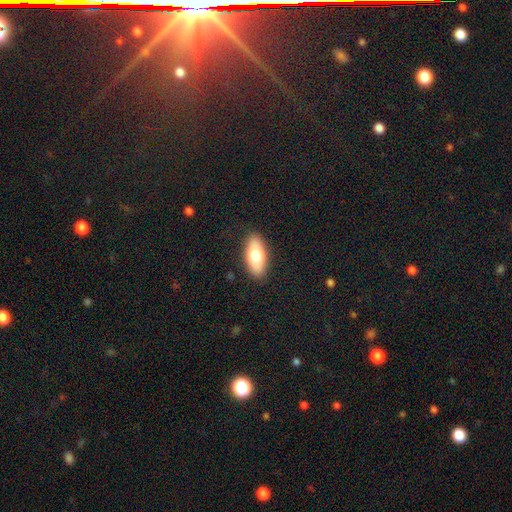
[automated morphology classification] Overall: smooth (72%). How rounded: in between (85%). Merging: none (88%).